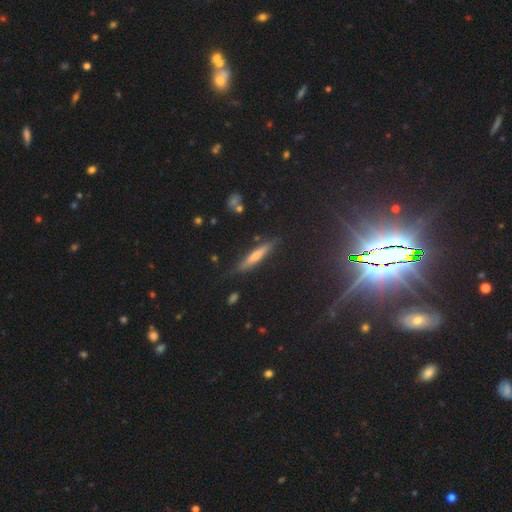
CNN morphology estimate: Smooth or featured? Predicted: featured or disk (p=0.47). Merging? Predicted: none (p=0.82).